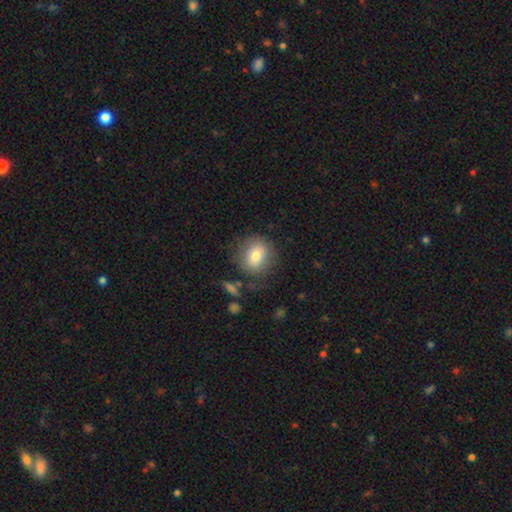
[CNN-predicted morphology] type=smooth (77%); roundness=round (72%); merging=none (77%).